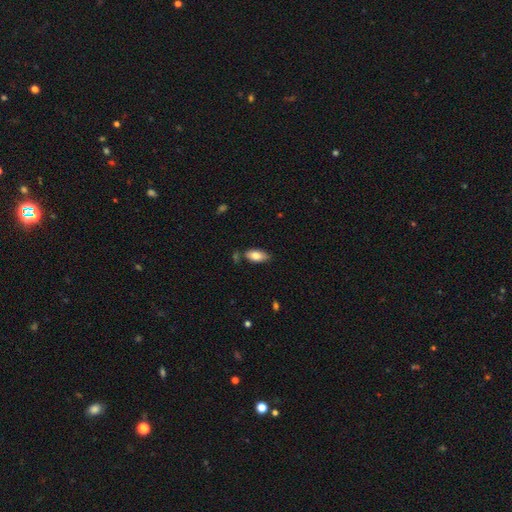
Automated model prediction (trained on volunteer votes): This appears to be a smooth galaxy with no disk features (79%) that is in between round and cigar-shaped (91%). Merging: none (76%).